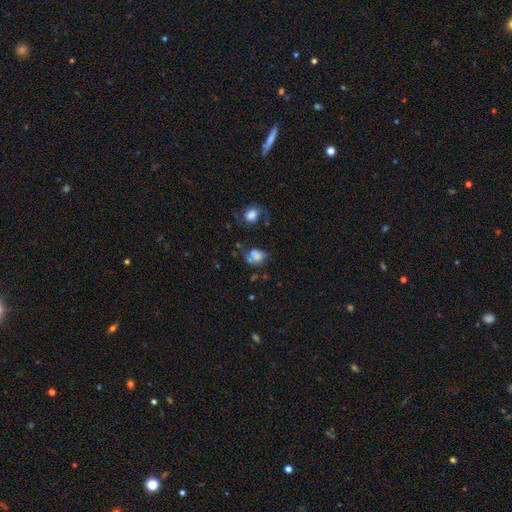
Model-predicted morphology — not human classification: Smooth or featured? smooth (64%)
How rounded? in between (61%)
Merging? none (35%)